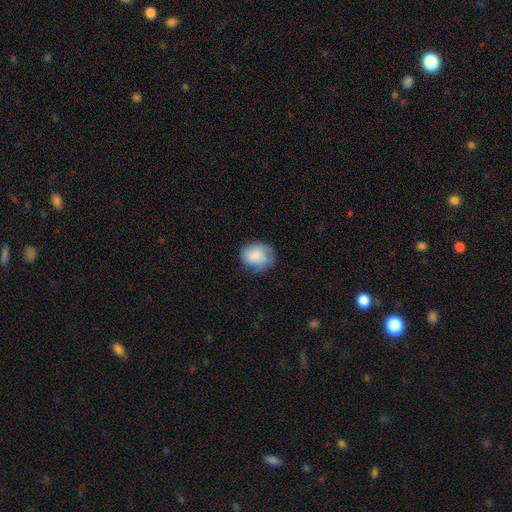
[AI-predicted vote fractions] This appears to be a smooth galaxy with no disk features (73%) that is round (61%). Merging: none (61%).